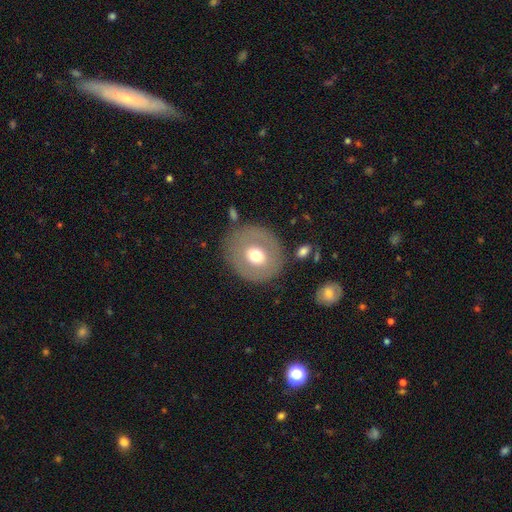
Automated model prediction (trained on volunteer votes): Q: Smooth or featured?
A: smooth (56%); runner-up: featured or disk (36%)
Q: How rounded?
A: round (76%); runner-up: in between (23%)
Q: Merging?
A: none (79%); runner-up: minor disturbance (12%)